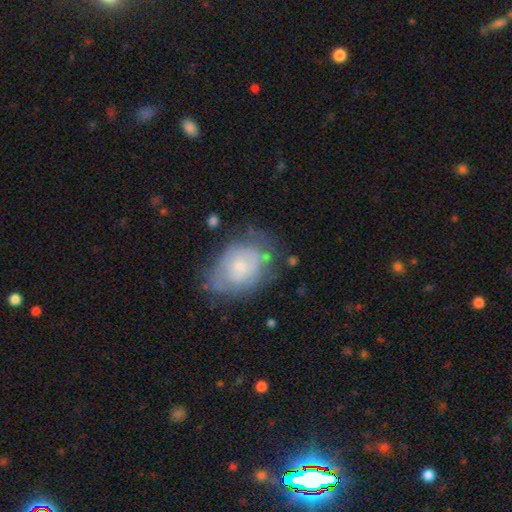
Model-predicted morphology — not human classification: smooth_or_featured: featured or disk (p=0.50) [alt: smooth p=0.41]
merging: none (p=0.60) [alt: minor disturbance p=0.26]